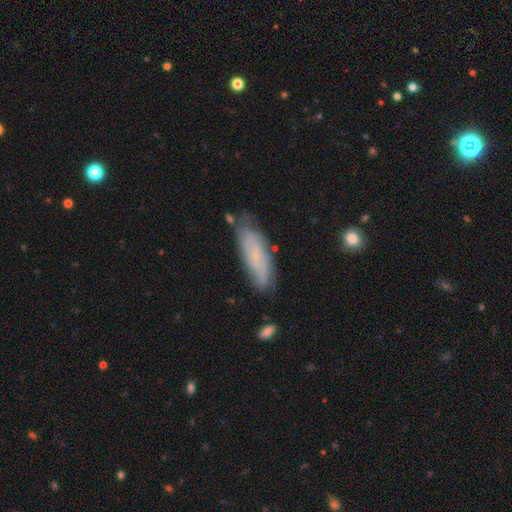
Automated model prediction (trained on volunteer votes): Smooth or featured? featured or disk (53%)
Edge-on disk? no (78%)
Merging? none (68%)